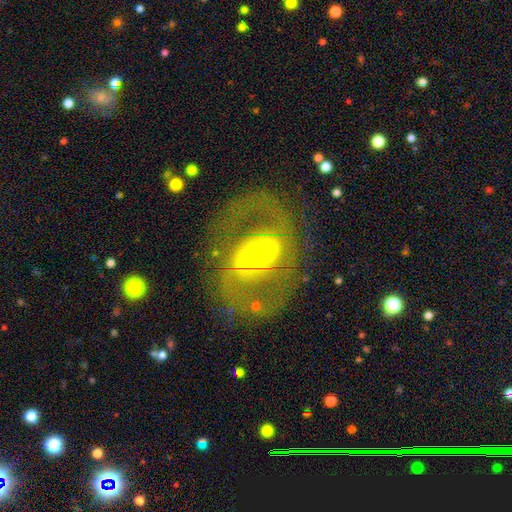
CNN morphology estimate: type=featured or disk (75%); edge-on=no (96%); bar=no (59%); spiral arms=yes (70%); bulge=small (57%); merging=none (57%).